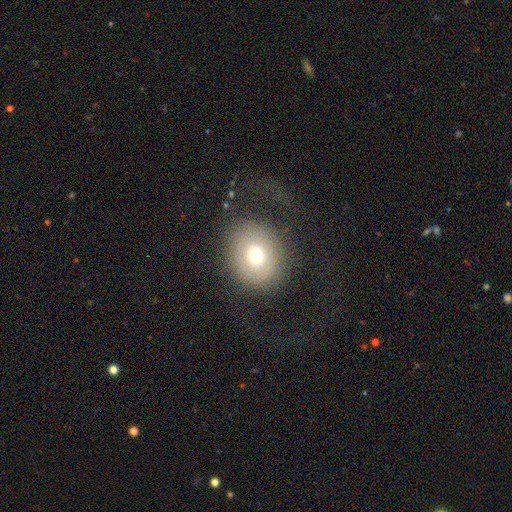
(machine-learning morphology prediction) type=smooth (60%); roundness=round (64%); merging=none (63%).